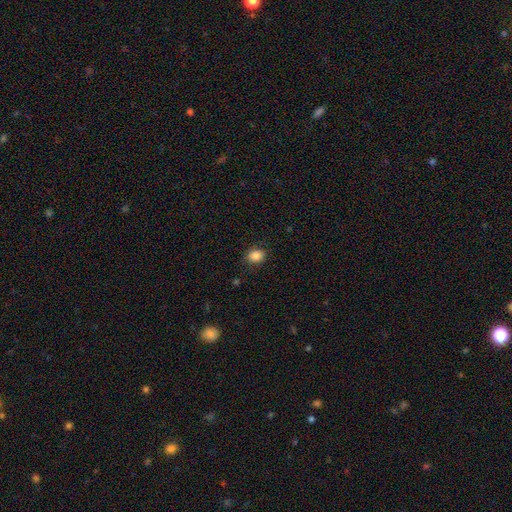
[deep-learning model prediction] Morphology: type=smooth (85%); roundness=round (55%); merging=none (85%).